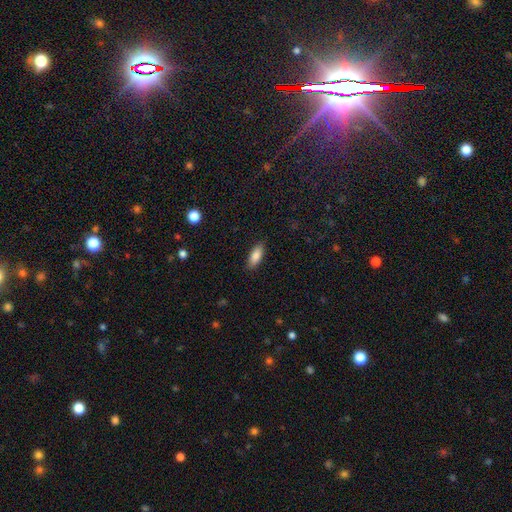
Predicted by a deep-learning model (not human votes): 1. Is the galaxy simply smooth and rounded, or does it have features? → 85% smooth, 8% featured or disk, 7% star or artifact.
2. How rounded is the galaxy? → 76% in between, 22% cigar-shaped, 2% round.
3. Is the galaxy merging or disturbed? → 88% none, 9% minor disturbance, 2% major disturbance, 1% merger.